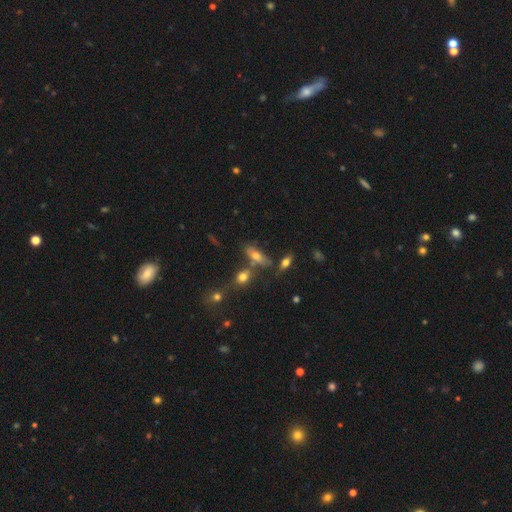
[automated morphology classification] Smooth or featured? Predicted: smooth (p=0.60). How rounded? Predicted: in between (p=0.72). Merging? Predicted: none (p=0.50).